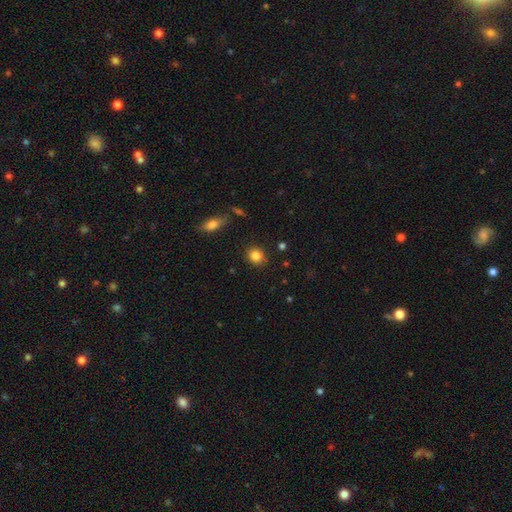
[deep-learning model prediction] Smooth or featured? smooth (85%)
How rounded? round (76%)
Merging? none (86%)